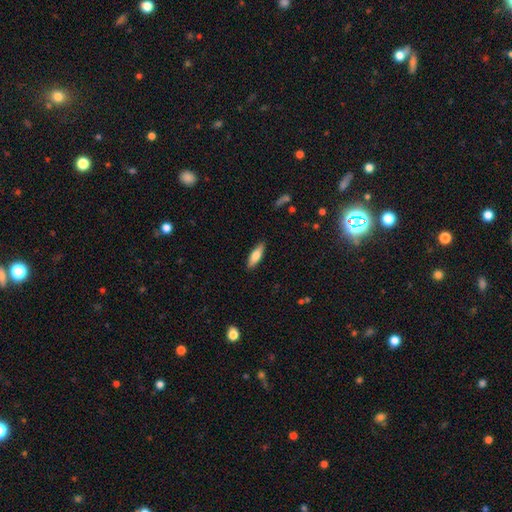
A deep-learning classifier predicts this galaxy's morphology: smooth 75%, featured or disk 20%, star or artifact 6%. Down the decision tree: how rounded — in between (50%); merging — none (88%).